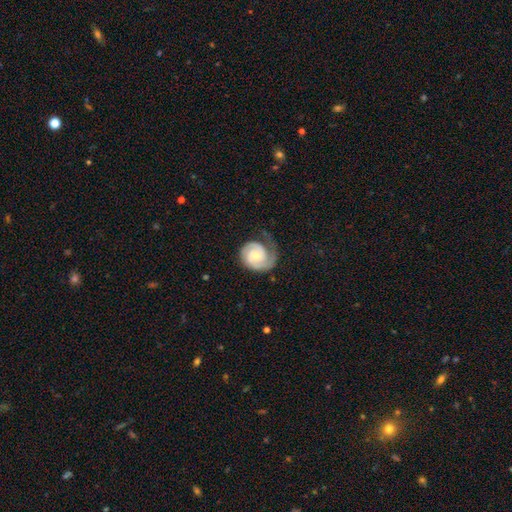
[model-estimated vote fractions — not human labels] smooth-or-featured: featured or disk: 80% | smooth: 15% | star or artifact: 5%
  disk-edge-on: no: 98% | yes: 2%
    bar: no: 61% | weak: 32% | strong: 7%
    has-spiral-arms: yes: 96% | no: 4%
      spiral-winding: tight: 57% | medium: 33% | loose: 10%
      spiral-arm-count: 2: 57% | 1: 30% | can't tell: 7% | 3: 3% | 4: 1% | more than 4: 1%
    bulge-size: small: 52% | moderate: 41% | none: 3% | large: 3% | dominant: 1%
  merging: none: 56% | minor disturbance: 25% | major disturbance: 18% | merger: 2%